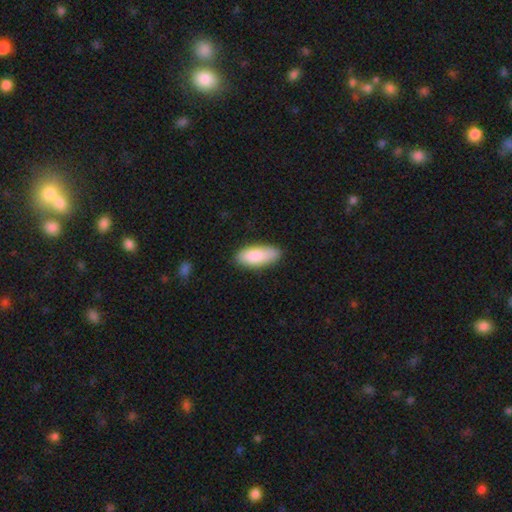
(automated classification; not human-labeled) smooth 87%, featured or disk 7%, star or artifact 6%. Down the decision tree: how rounded — in between (82%); merging — none (82%).